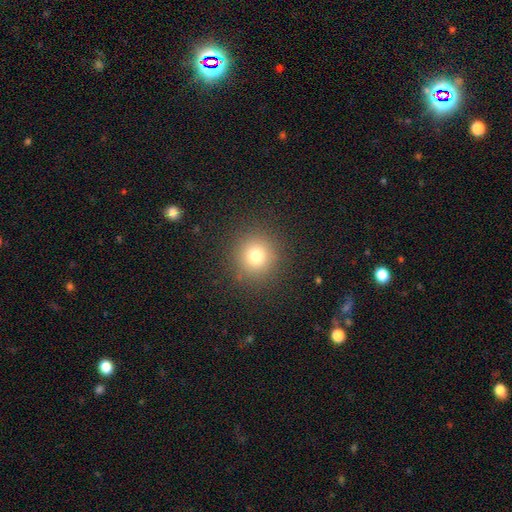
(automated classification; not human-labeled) Morphology: type=smooth (77%); roundness=round (92%); merging=none (89%).